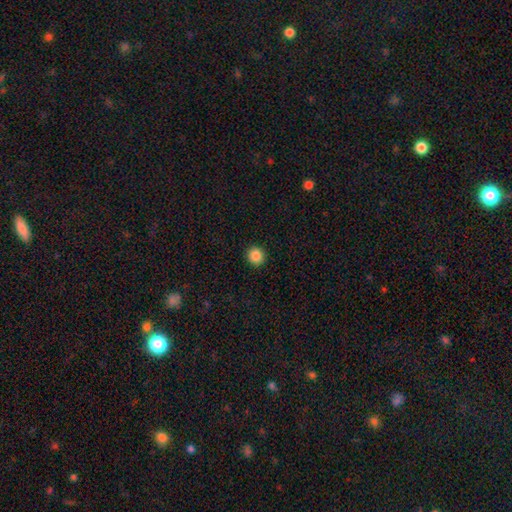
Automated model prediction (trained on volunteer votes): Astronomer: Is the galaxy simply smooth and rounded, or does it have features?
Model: smooth — 86%.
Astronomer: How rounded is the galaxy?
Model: round — 91%.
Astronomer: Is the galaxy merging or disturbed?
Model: none — 93%.